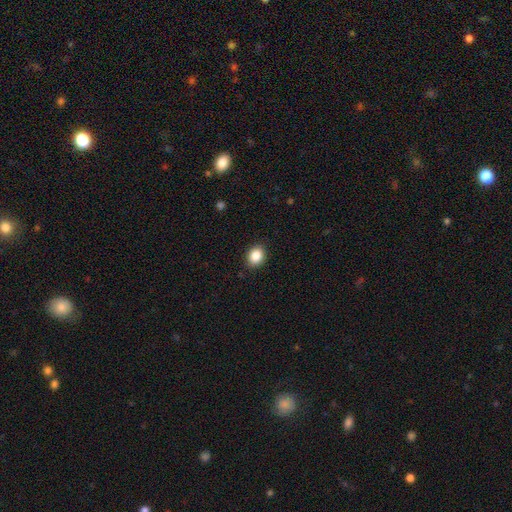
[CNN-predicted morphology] Smooth or featured: smooth — 86% (star or artifact — 9%)
How rounded: round — 50% (in between — 49%)
Merging: none — 89% (minor disturbance — 8%)